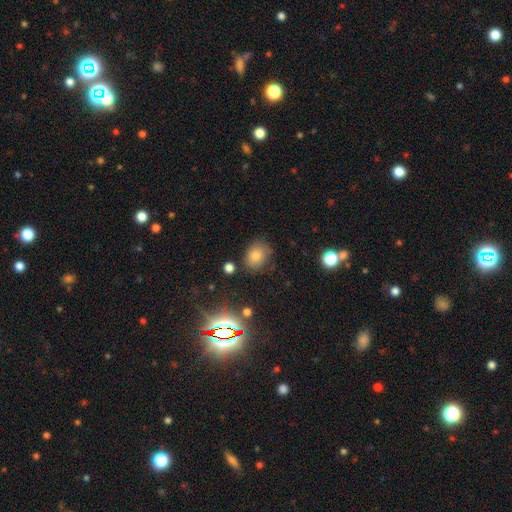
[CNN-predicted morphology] type=smooth (72%); roundness=in between (60%); merging=none (75%).